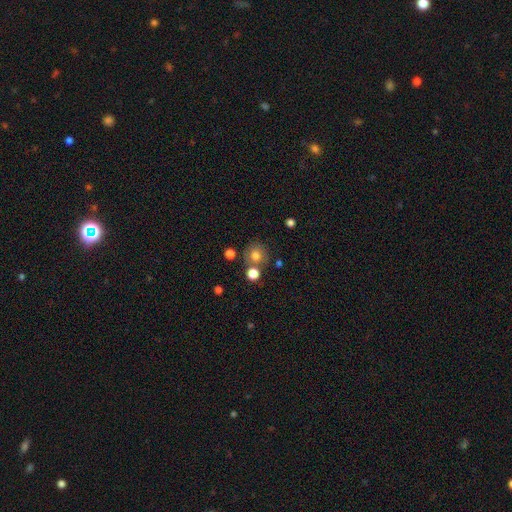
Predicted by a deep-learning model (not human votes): This is likely a smooth galaxy (76%). How rounded: clearly round (88%). Merging: likely none (69%).